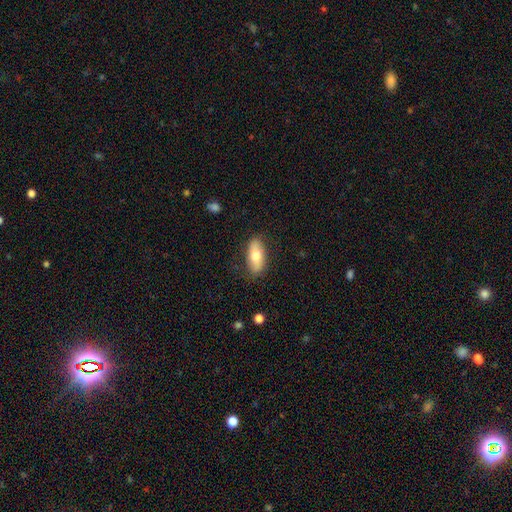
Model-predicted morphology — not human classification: Smooth or featured? Predicted: smooth (p=0.67). How rounded? Predicted: in between (p=0.81). Merging? Predicted: none (p=0.82).